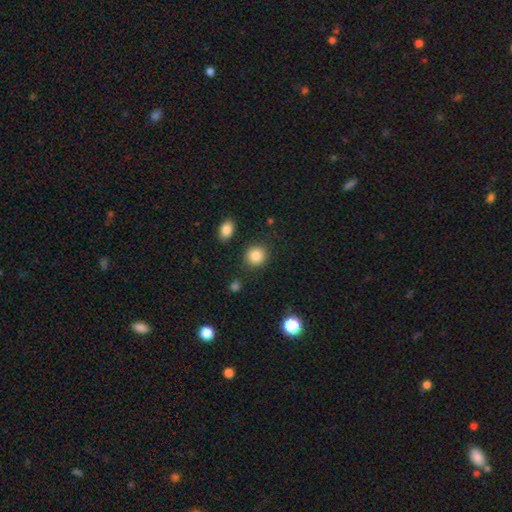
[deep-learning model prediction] Smooth or featured: smooth — 86% (star or artifact — 9%)
How rounded: round — 85% (in between — 14%)
Merging: none — 85% (minor disturbance — 9%)